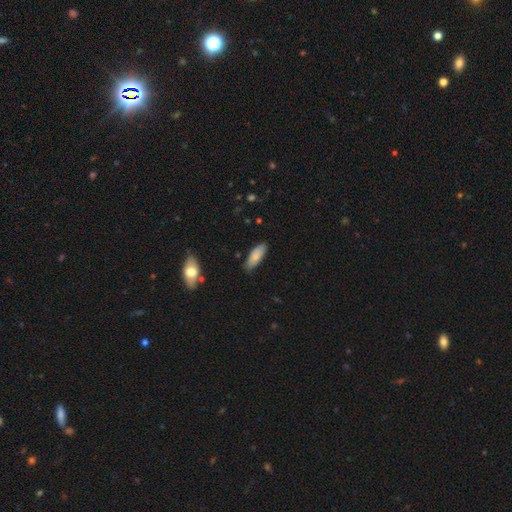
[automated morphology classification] This appears to be a smooth galaxy with no disk features (81%) that is in between round and cigar-shaped (74%). Merging: none (82%).